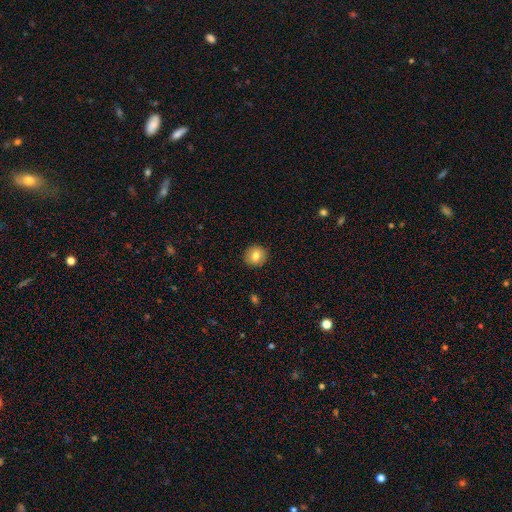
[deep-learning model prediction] smooth_or_featured: smooth (p=0.81) [alt: featured or disk p=0.11]
how_rounded: round (p=0.90) [alt: in between p=0.09]
merging: none (p=0.91) [alt: minor disturbance p=0.06]